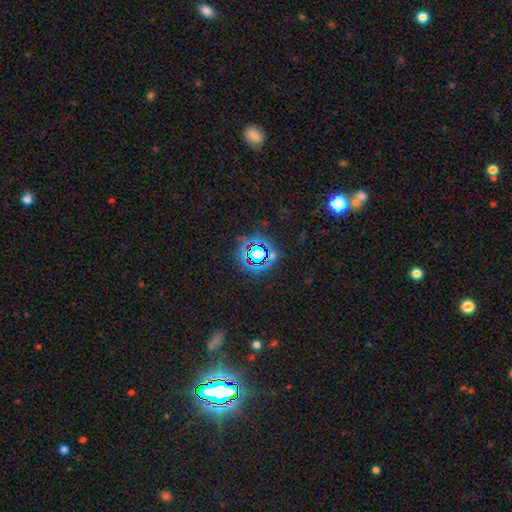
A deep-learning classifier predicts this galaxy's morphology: Smooth or featured? Predicted: star or artifact (p=0.71).